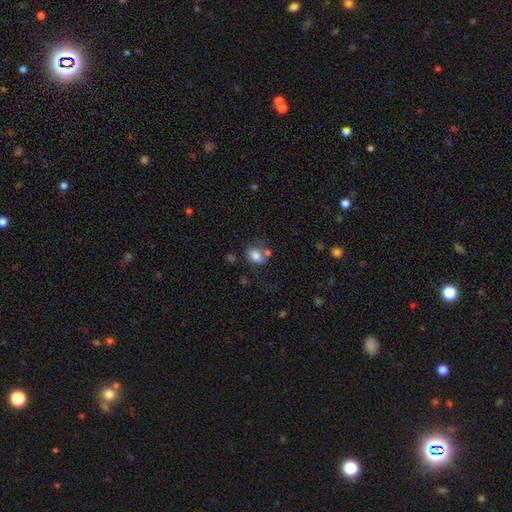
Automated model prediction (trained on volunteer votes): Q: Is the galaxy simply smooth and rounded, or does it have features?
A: smooth — 77%.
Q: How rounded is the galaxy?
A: in between — 63%.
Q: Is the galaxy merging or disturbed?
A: none — 44%.